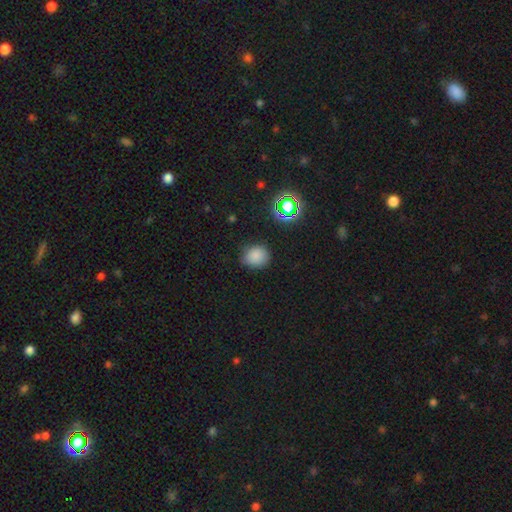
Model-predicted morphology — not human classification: A smooth galaxy with no disk features (78%) that is round (68%).

Vote fractions:
- Smooth or featured? smooth: 78% / star or artifact: 16% / featured or disk: 6%
- How rounded? round: 68% / in between: 31% / cigar-shaped: 1%
- Merging? none: 78% / minor disturbance: 16% / major disturbance: 4% / merger: 2%